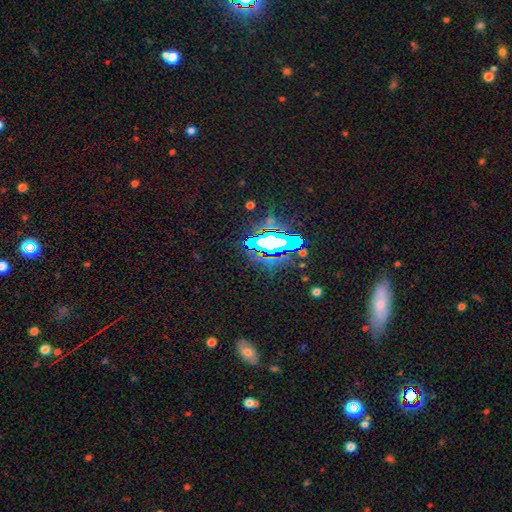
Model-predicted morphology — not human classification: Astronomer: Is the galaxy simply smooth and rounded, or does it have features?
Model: star or artifact — 78%.